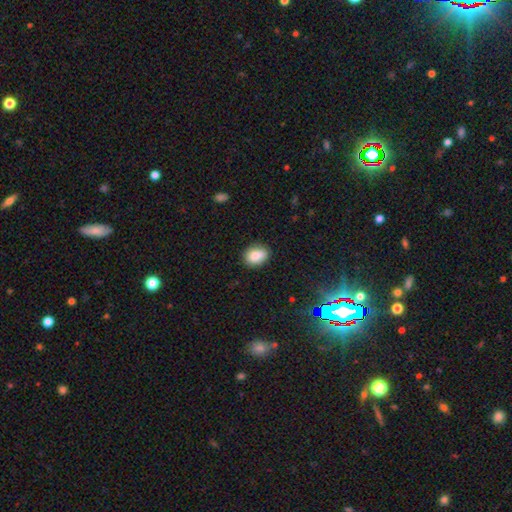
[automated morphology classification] This appears to be a smooth galaxy with no disk features (84%) that is in between round and cigar-shaped (64%). Merging: none (80%).